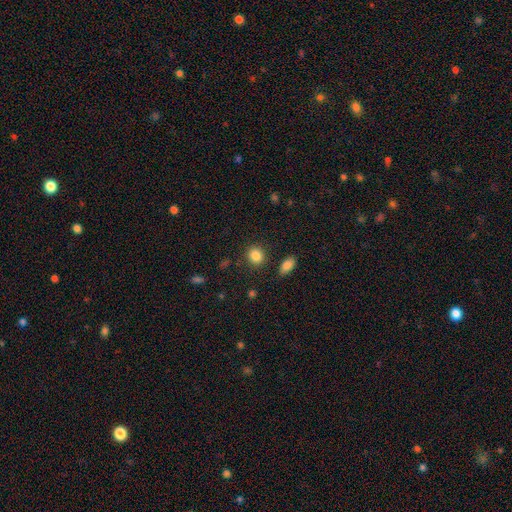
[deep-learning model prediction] This is clearly a smooth galaxy (86%). How rounded: likely round (72%). Merging: clearly none (86%).